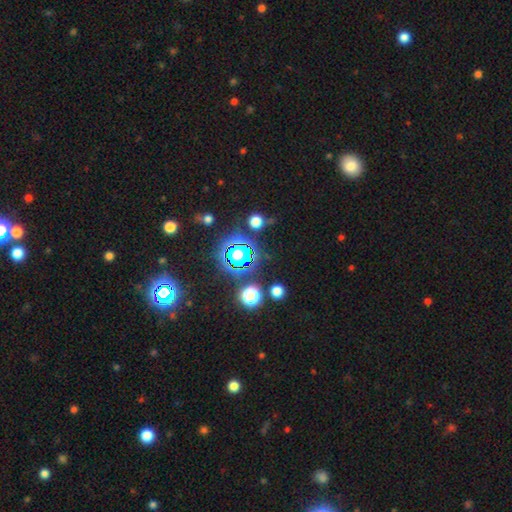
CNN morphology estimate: Smooth or featured?
  - star or artifact: 78% *
  - smooth: 14%
  - featured or disk: 8%